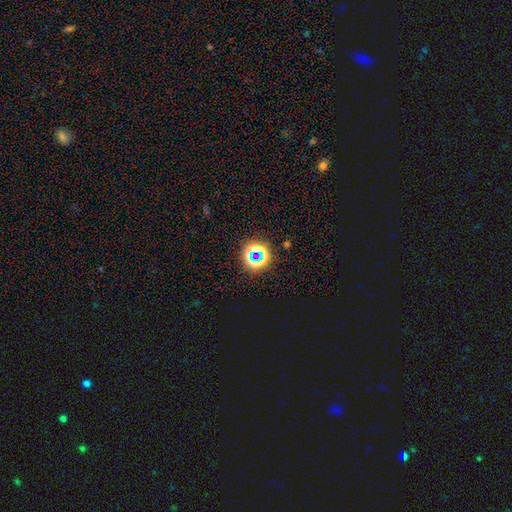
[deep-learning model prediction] The model was most divided on "smooth or featured": star or artifact: 66%, smooth: 24%, featured or disk: 10%.